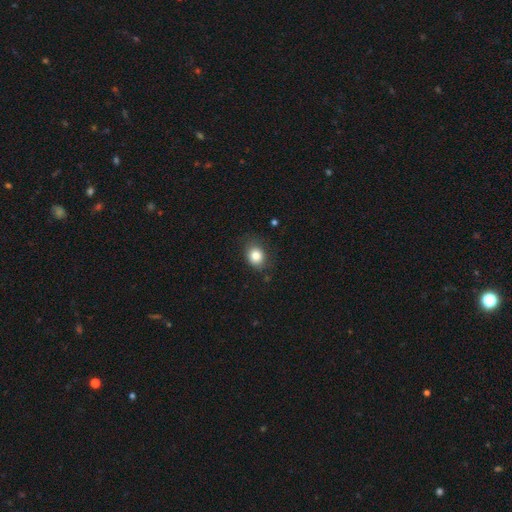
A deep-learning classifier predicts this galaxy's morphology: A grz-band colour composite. It shows a smooth galaxy with no disk features (82%) that is round (54%). Merging: none (77%).